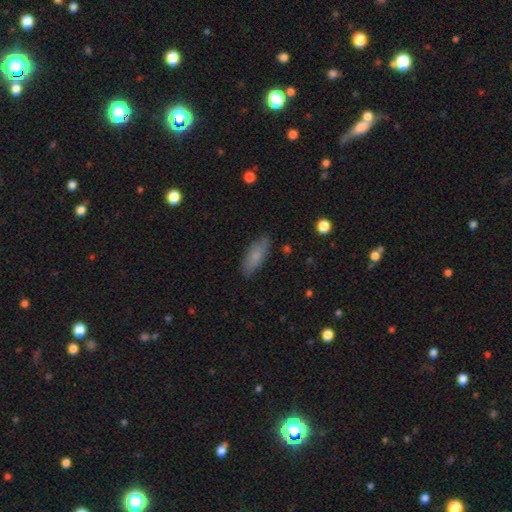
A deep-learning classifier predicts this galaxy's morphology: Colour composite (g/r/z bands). It shows a smooth galaxy with no disk features (78%) that is in between round and cigar-shaped (74%). Merging: none (83%).